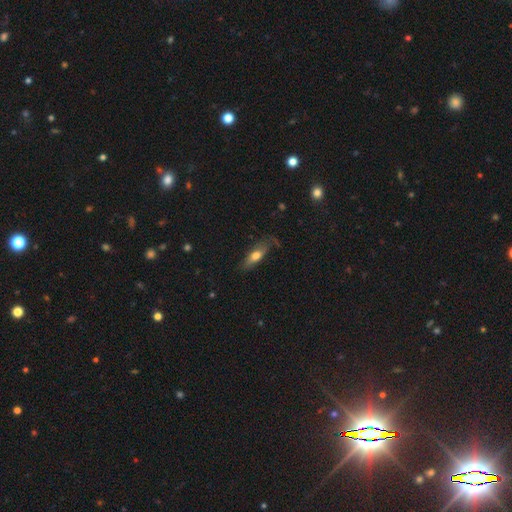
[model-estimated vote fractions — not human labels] Smooth or featured? Predicted: smooth (p=0.63). How rounded? Predicted: in between (p=0.56). Merging? Predicted: none (p=0.63).